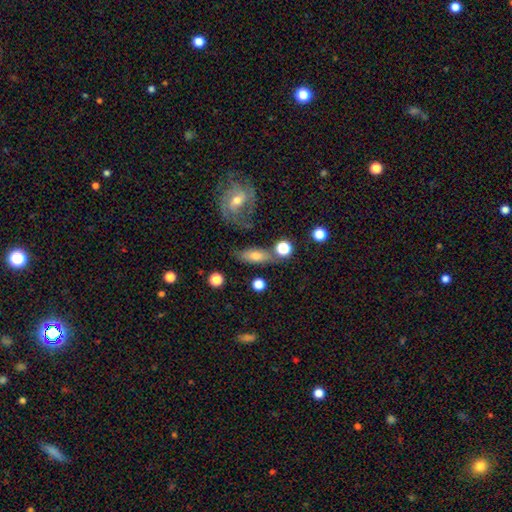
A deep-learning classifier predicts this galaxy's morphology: Smooth or featured? Predicted: smooth (p=0.58). How rounded? Predicted: in between (p=0.66). Merging? Predicted: none (p=0.66).